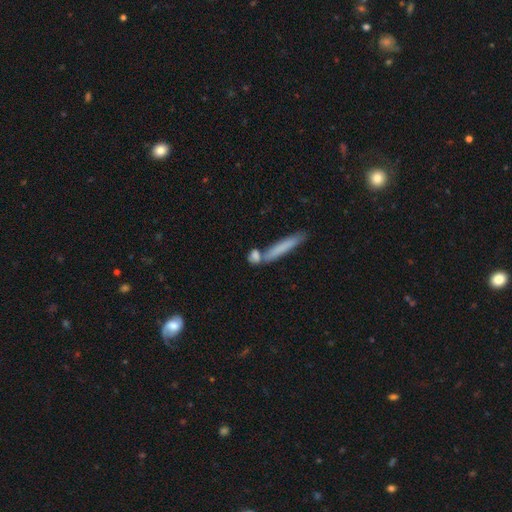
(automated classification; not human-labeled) Smooth or featured? Predicted: smooth (p=0.75). How rounded? Predicted: cigar-shaped (p=0.55). Merging? Predicted: none (p=0.57).